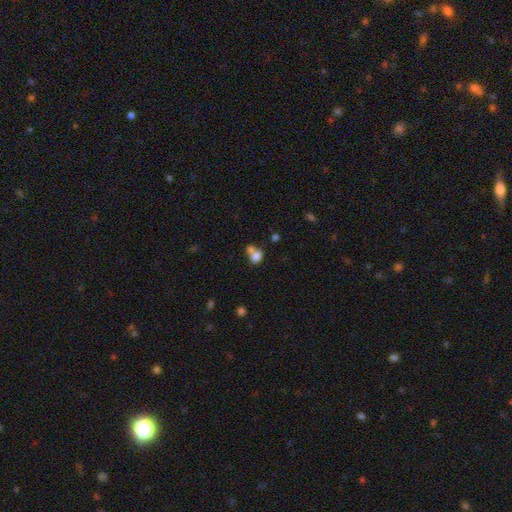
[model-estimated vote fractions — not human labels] Smooth or featured? Predicted: smooth (p=0.77). How rounded? Predicted: round (p=0.52). Merging? Predicted: merger (p=0.51).